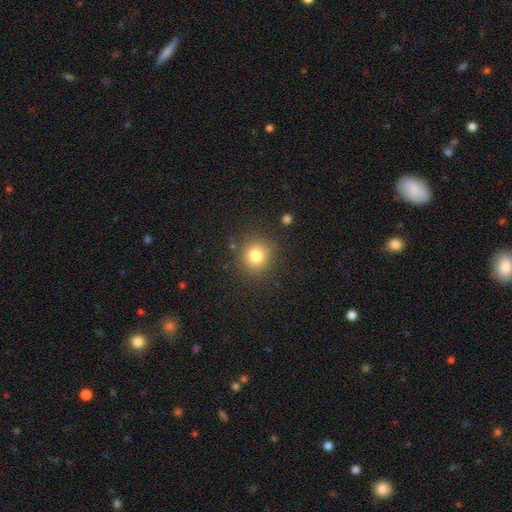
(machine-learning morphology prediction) Smooth or featured? Predicted: smooth (p=0.80). How rounded? Predicted: round (p=0.89). Merging? Predicted: none (p=0.86).